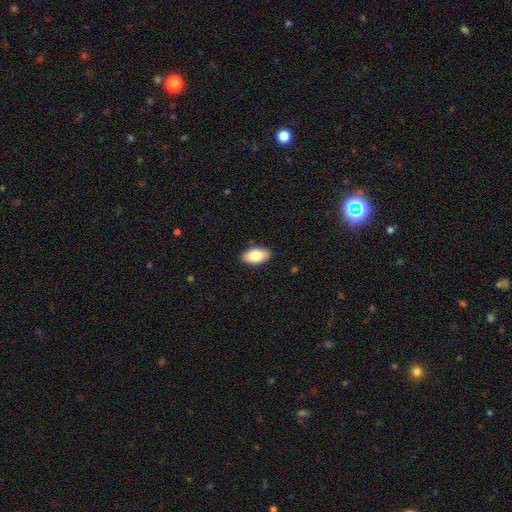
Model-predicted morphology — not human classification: Overall: smooth (81%). How rounded: in between (94%). Merging: none (89%).